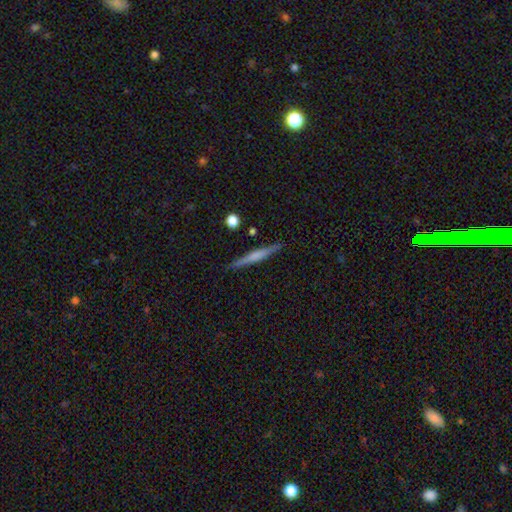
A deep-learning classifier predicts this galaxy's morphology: The model was most divided on "smooth or featured": featured or disk: 48%, smooth: 46%, star or artifact: 6%. More confident: merging — none (89%).